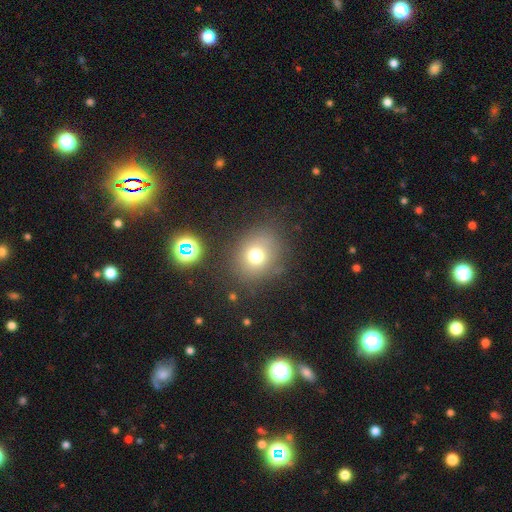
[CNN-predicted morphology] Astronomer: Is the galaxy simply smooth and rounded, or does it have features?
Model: smooth — 69%.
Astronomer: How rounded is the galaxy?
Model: round — 73%.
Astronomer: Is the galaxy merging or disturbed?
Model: none — 77%.